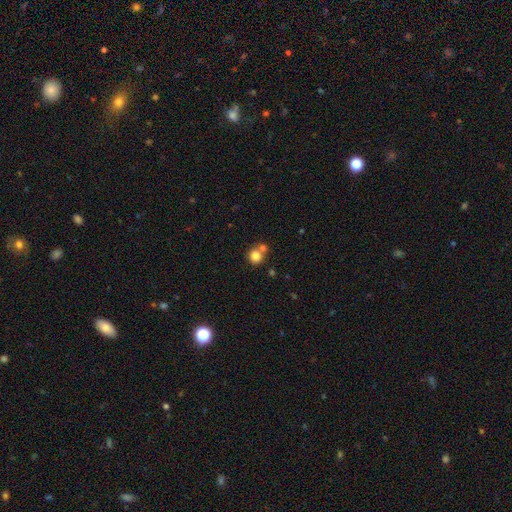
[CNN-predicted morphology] type=smooth (81%); roundness=round (89%); merging=none (55%).